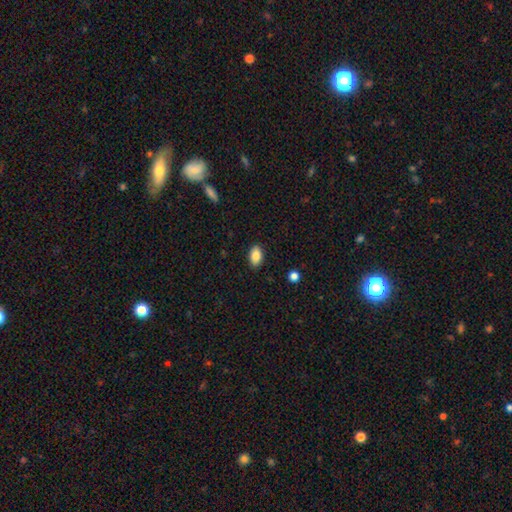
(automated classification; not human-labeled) A smooth galaxy with no disk features (86%) that is in between round and cigar-shaped (91%). Merging: none (89%).